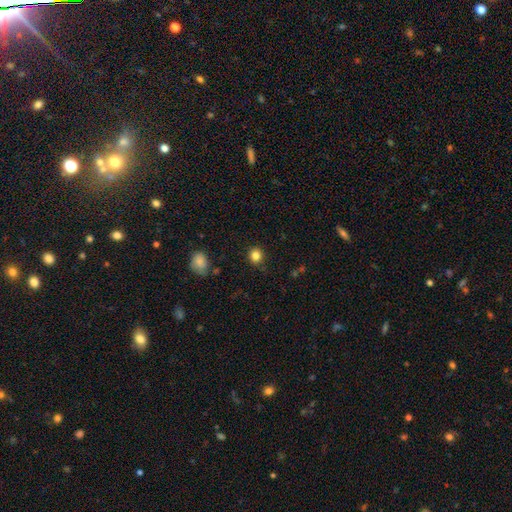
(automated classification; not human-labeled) Morphology: type=smooth (84%); roundness=round (86%); merging=none (87%).